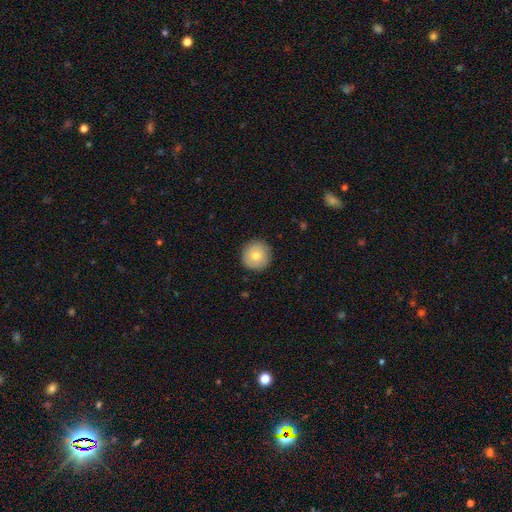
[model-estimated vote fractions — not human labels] smooth-or-featured: smooth: 77% | featured or disk: 15% | star or artifact: 8%
  how-rounded: round: 95% | in between: 4% | cigar-shaped: 1%
  merging: none: 90% | minor disturbance: 7% | major disturbance: 2% | merger: 1%